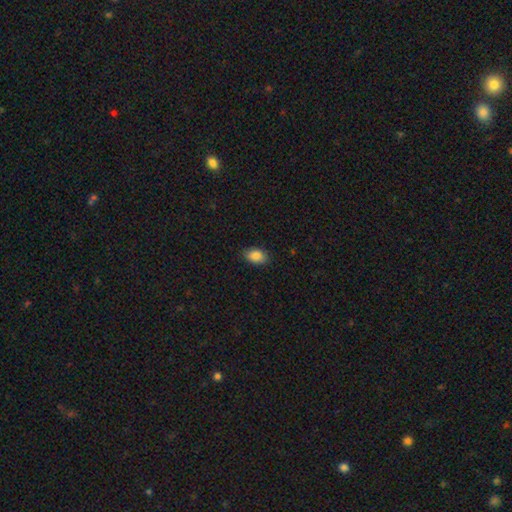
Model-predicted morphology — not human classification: Q: Smooth or featured?
A: smooth (88%); runner-up: star or artifact (8%)
Q: How rounded?
A: in between (88%); runner-up: round (10%)
Q: Merging?
A: none (85%); runner-up: minor disturbance (11%)